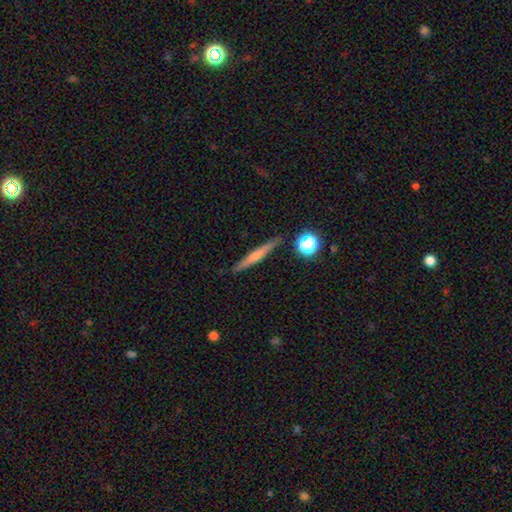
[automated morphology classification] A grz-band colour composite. It shows a smooth galaxy with no disk features (48%). Merging: none (89%).